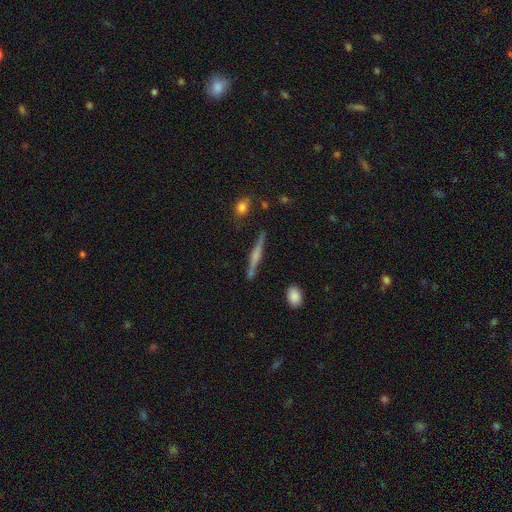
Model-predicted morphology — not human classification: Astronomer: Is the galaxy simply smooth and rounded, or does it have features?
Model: featured or disk — 59% (runner-up: smooth, 34%).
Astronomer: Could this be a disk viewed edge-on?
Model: yes — 97%.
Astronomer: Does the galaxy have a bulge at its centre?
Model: rounded — 56%.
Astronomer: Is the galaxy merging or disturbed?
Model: none — 85%.